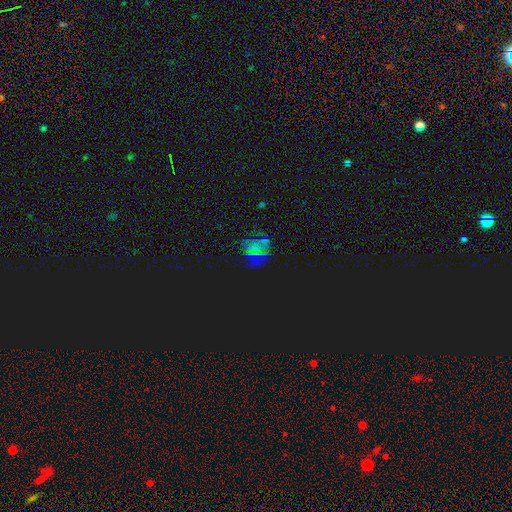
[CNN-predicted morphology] Smooth or featured? Predicted: star or artifact (p=0.70).